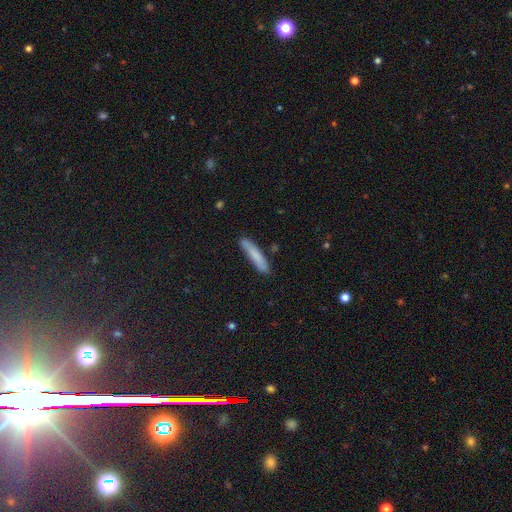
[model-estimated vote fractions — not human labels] smooth_or_featured: smooth (p=0.78) [alt: featured or disk p=0.16]
how_rounded: cigar-shaped (p=0.89) [alt: in between p=0.09]
merging: none (p=0.83) [alt: minor disturbance p=0.13]